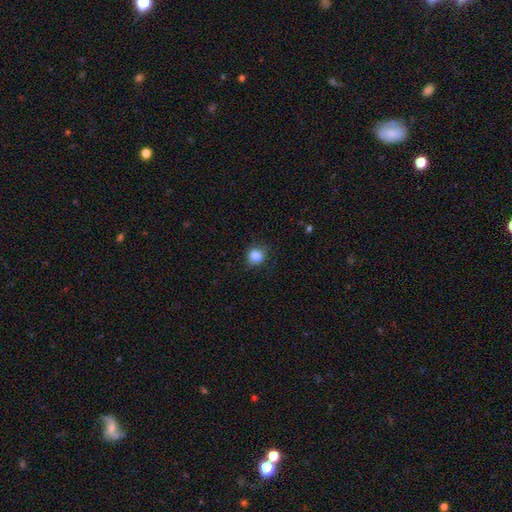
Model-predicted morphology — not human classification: This appears to be a smooth galaxy with no disk features (85%) that is round (78%). Merging: none (81%).